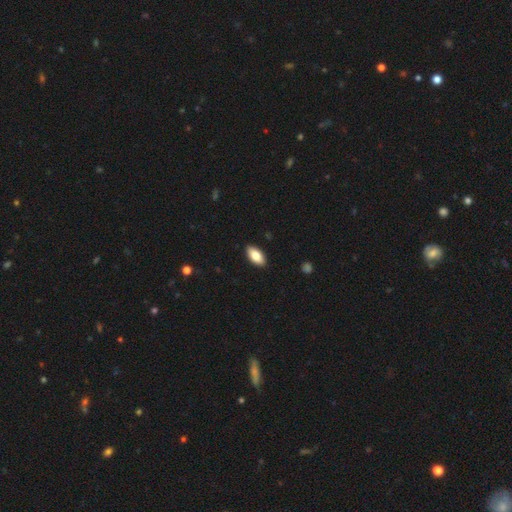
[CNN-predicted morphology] This is clearly a smooth galaxy (83%). How rounded: clearly in between (92%). Merging: clearly none (90%).